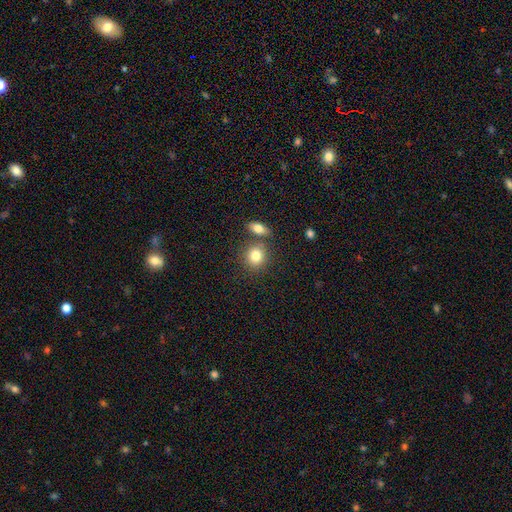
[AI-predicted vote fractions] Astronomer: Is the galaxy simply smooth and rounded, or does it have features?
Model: smooth — 82%.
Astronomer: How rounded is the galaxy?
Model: round — 74%.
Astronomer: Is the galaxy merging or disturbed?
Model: none — 68%.